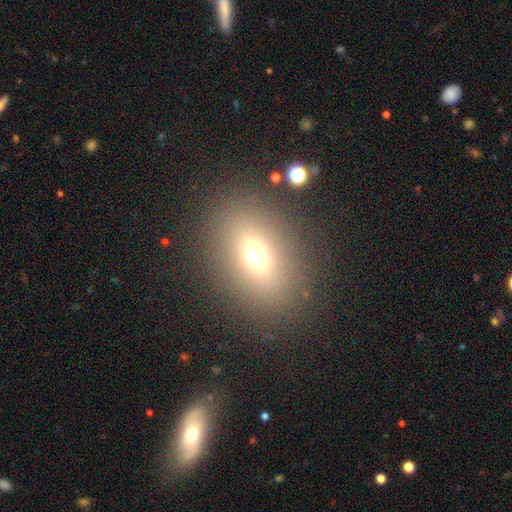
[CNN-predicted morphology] Smooth or featured?
  - smooth: 67% *
  - star or artifact: 18%
  - featured or disk: 15%
How rounded?
  - in between: 71% *
  - round: 26%
  - cigar-shaped: 3%
Merging?
  - none: 85% *
  - minor disturbance: 8%
  - major disturbance: 5%
  - merger: 2%